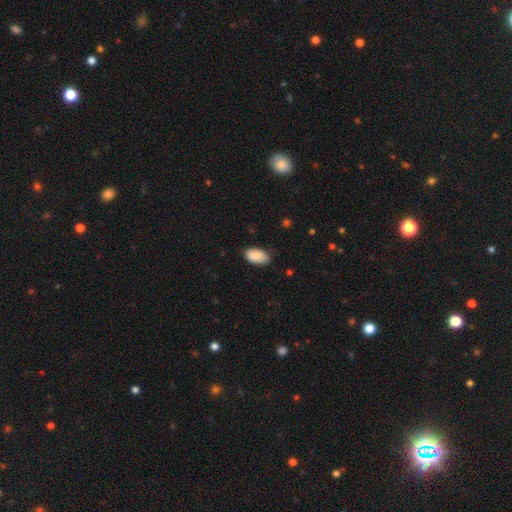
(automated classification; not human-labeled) This appears to be a smooth galaxy with no disk features (87%) that is in between round and cigar-shaped (95%). Merging: none (75%).